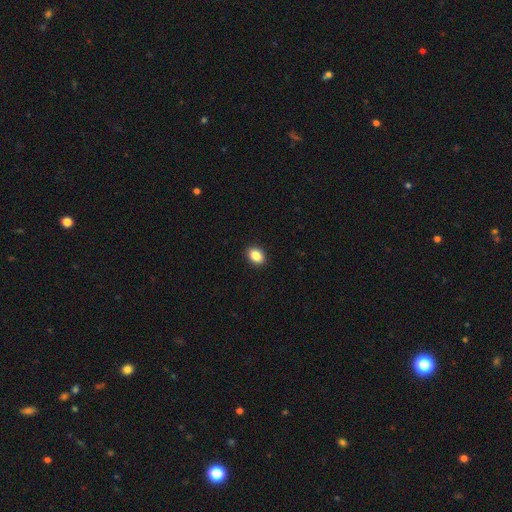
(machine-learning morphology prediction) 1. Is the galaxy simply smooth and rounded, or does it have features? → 87% smooth, 9% star or artifact, 4% featured or disk.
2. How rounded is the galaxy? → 70% in between, 29% round, 1% cigar-shaped.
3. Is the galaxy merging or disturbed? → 91% none, 6% minor disturbance, 2% major disturbance, 1% merger.